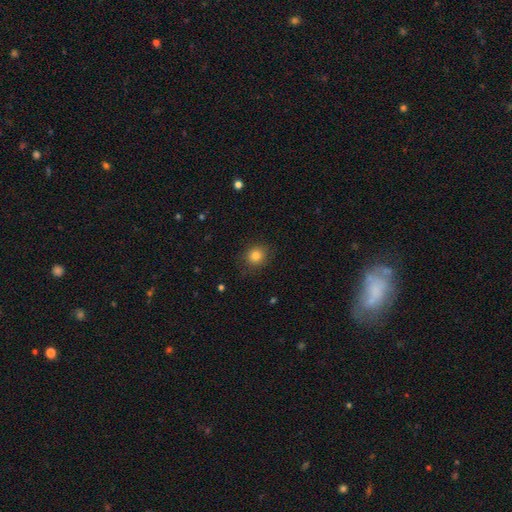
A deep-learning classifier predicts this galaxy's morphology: Smooth or featured? smooth (82%)
How rounded? round (80%)
Merging? none (85%)